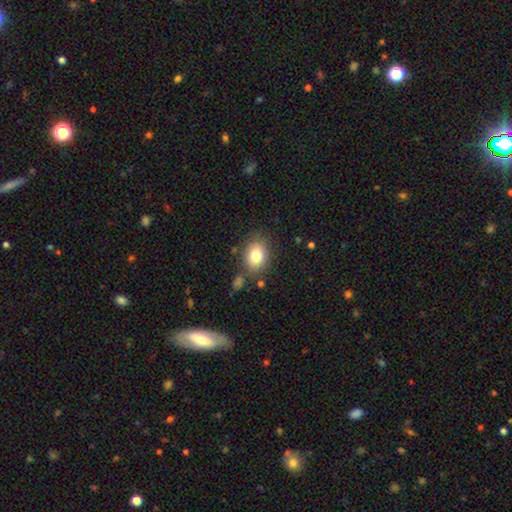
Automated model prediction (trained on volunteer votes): A smooth galaxy with no disk features (81%) that is in between round and cigar-shaped (63%).

Vote fractions:
- Smooth or featured? smooth: 81% / featured or disk: 10% / star or artifact: 9%
- How rounded? in between: 63% / round: 35% / cigar-shaped: 1%
- Merging? none: 78% / minor disturbance: 13% / merger: 5% / major disturbance: 4%